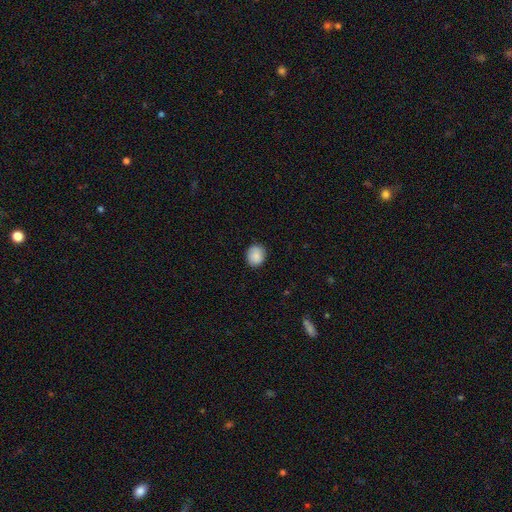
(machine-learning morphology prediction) smooth_or_featured: smooth (p=0.87) [alt: star or artifact p=0.07]
how_rounded: round (p=0.76) [alt: in between p=0.23]
merging: none (p=0.87) [alt: minor disturbance p=0.10]